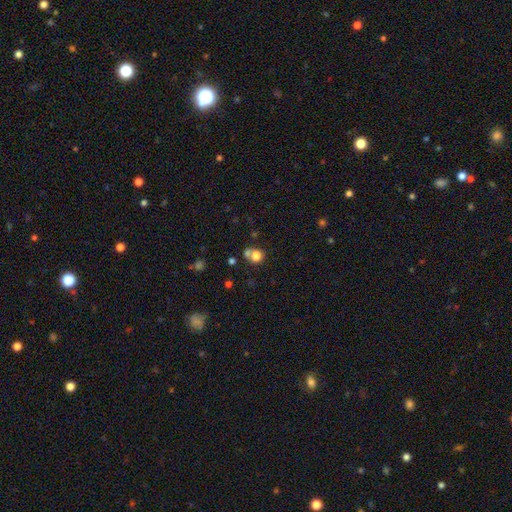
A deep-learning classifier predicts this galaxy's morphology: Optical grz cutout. It shows a smooth galaxy with no disk features (78%) that is round (76%). Merging: none (48%).